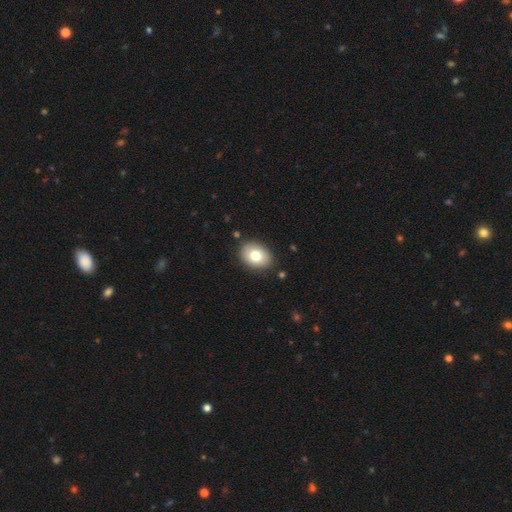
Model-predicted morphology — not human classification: Smooth or featured? Predicted: smooth (p=0.78). How rounded? Predicted: in between (p=0.71). Merging? Predicted: none (p=0.86).